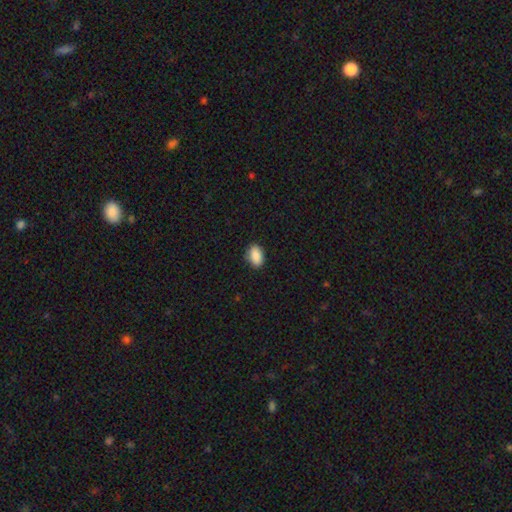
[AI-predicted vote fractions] A smooth galaxy with no disk features (90%) that is in between round and cigar-shaped (90%). Merging: none (88%).